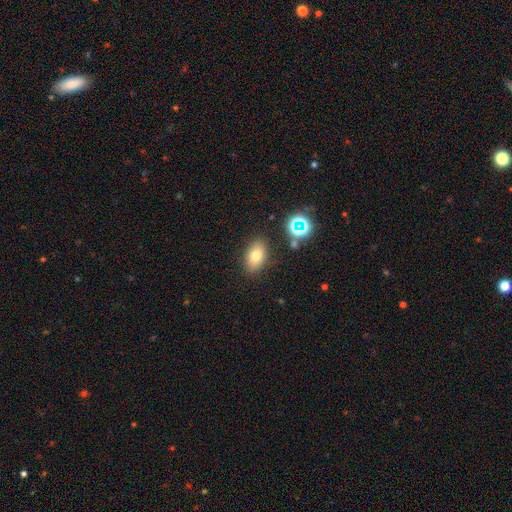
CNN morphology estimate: Smooth or featured? smooth (73%)
How rounded? in between (85%)
Merging? none (84%)